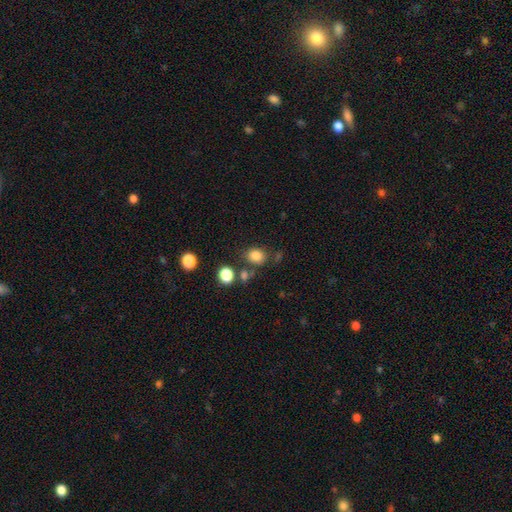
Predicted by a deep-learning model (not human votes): Smooth or featured: smooth — 82% (star or artifact — 13%)
How rounded: round — 56% (in between — 43%)
Merging: none — 71% (minor disturbance — 14%)